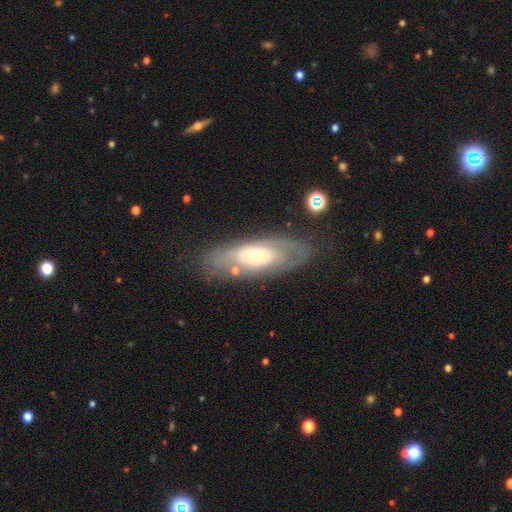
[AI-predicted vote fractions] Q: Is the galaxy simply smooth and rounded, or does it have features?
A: featured or disk — 66%.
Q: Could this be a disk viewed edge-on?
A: no — 83%.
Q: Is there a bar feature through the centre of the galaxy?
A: no — 80%.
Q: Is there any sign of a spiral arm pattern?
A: no — 57%.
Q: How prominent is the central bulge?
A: moderate — 56%.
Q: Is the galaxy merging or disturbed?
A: none — 71%.